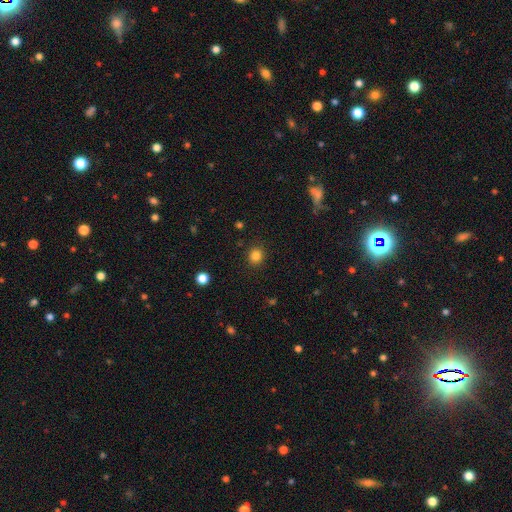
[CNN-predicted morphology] smooth-or-featured: smooth: 83% | star or artifact: 12% | featured or disk: 4%
  how-rounded: round: 88% | in between: 11% | cigar-shaped: 1%
  merging: none: 90% | minor disturbance: 6% | major disturbance: 2% | merger: 1%